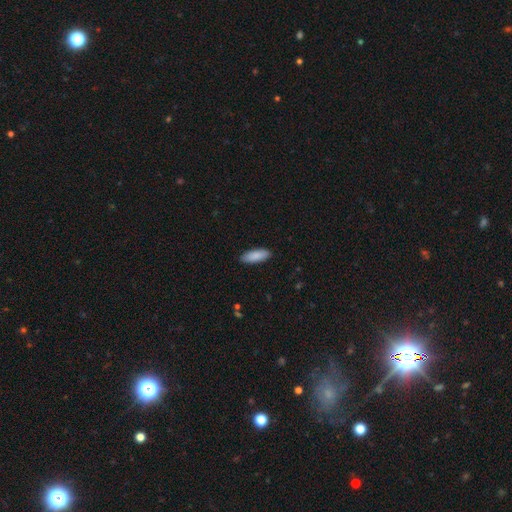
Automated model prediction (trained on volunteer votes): Q: Smooth or featured?
A: smooth (89%); runner-up: featured or disk (6%)
Q: How rounded?
A: in between (69%); runner-up: cigar-shaped (30%)
Q: Merging?
A: none (89%); runner-up: minor disturbance (8%)